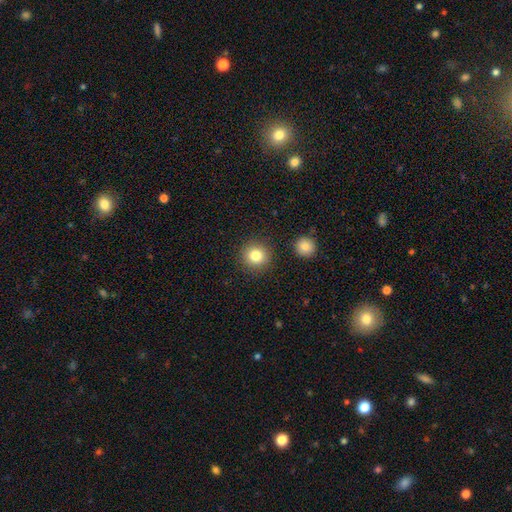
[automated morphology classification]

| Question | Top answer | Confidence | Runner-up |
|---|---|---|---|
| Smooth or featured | smooth | 82% | star or artifact (11%) |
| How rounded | round | 94% | in between (5%) |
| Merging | none | 89% | minor disturbance (6%) |